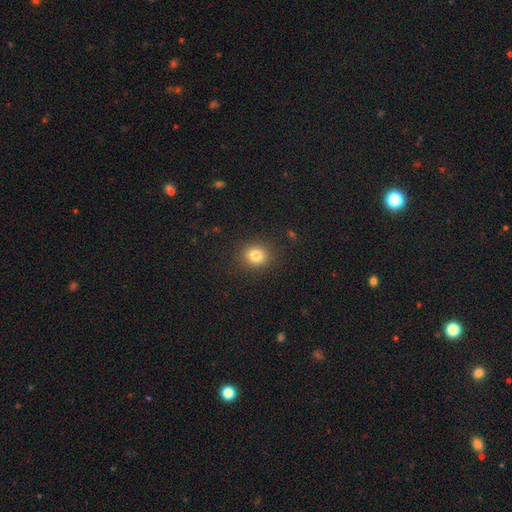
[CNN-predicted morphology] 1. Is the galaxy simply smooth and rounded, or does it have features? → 82% smooth, 12% star or artifact, 6% featured or disk.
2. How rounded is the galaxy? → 75% round, 24% in between, 1% cigar-shaped.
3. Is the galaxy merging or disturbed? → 89% none, 7% minor disturbance, 3% major disturbance, 1% merger.